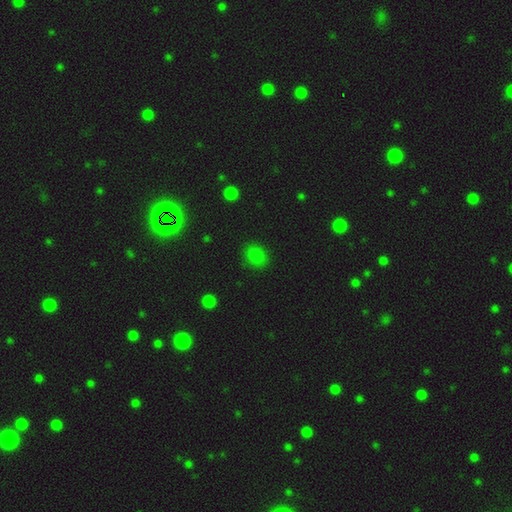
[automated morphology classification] Smooth or featured? smooth (78%)
How rounded? in between (50%)
Merging? none (84%)